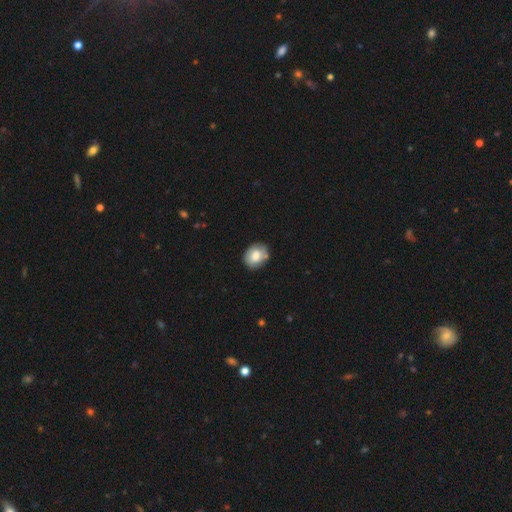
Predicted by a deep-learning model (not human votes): A smooth galaxy with no disk features (74%) that is round (51%).

Vote fractions:
- Smooth or featured? smooth: 74% / featured or disk: 18% / star or artifact: 8%
- How rounded? round: 51% / in between: 48% / cigar-shaped: 1%
- Merging? none: 77% / minor disturbance: 16% / merger: 4% / major disturbance: 3%